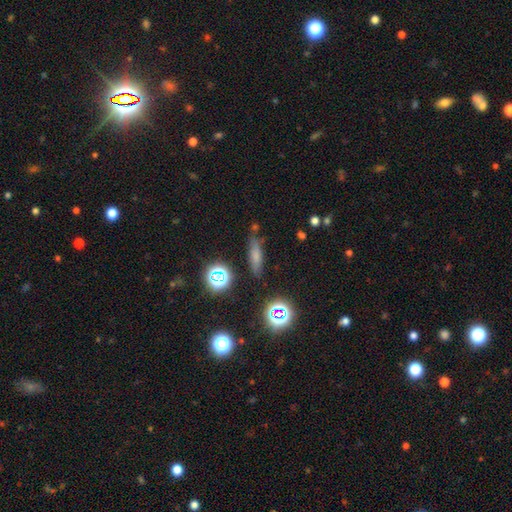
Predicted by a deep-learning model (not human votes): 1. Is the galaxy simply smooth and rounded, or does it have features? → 64% smooth, 19% star or artifact, 17% featured or disk.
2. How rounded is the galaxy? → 65% cigar-shaped, 28% in between, 7% round.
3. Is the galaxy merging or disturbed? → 76% none, 15% minor disturbance, 5% merger, 4% major disturbance.